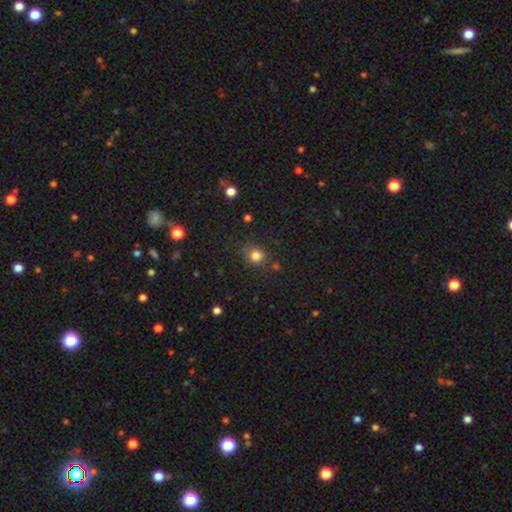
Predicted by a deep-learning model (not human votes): The model was most divided on "merging": none: 76%, minor disturbance: 15%, major disturbance: 5%, merger: 4%. More confident: how rounded — round (81%); smooth or featured — smooth (81%).